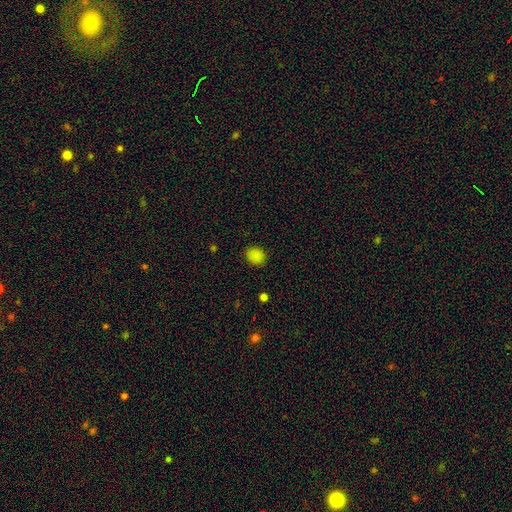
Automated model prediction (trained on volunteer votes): smooth_or_featured: smooth (p=0.84) [alt: star or artifact p=0.13]
how_rounded: round (p=0.52) [alt: in between p=0.47]
merging: none (p=0.86) [alt: minor disturbance p=0.10]